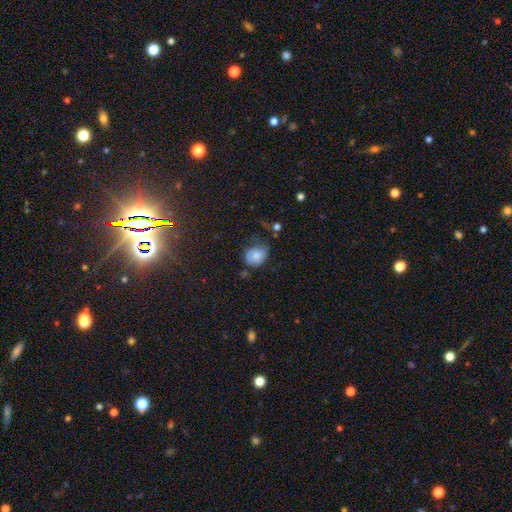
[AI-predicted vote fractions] This is likely a smooth galaxy (71%). How rounded: possibly round (52%). Merging: marginally none (38%).